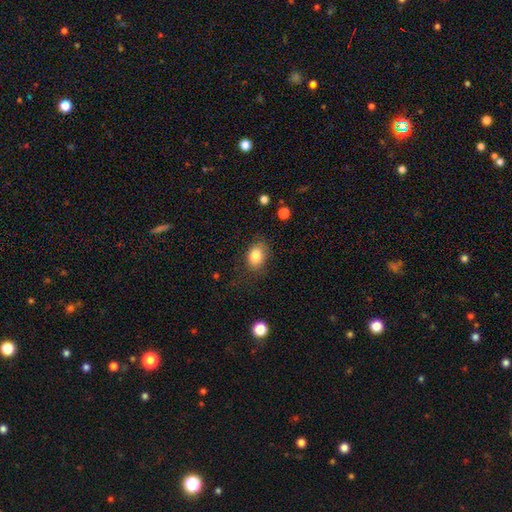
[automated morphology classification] A smooth galaxy with no disk features (84%) that is in between round and cigar-shaped (70%).

Vote fractions:
- Smooth or featured? smooth: 84% / star or artifact: 9% / featured or disk: 7%
- How rounded? in between: 70% / round: 29% / cigar-shaped: 1%
- Merging? none: 75% / minor disturbance: 18% / major disturbance: 6% / merger: 1%